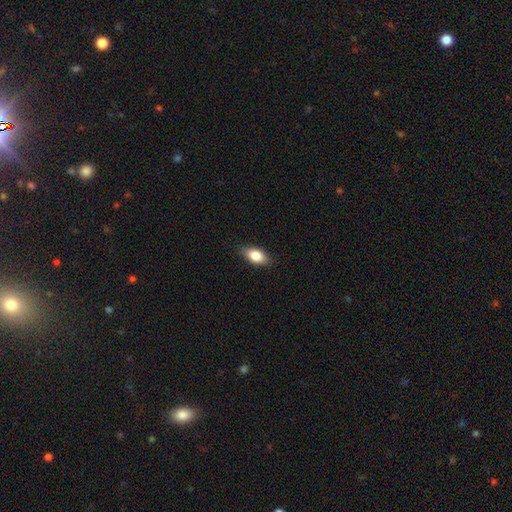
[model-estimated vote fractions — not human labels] Smooth or featured: smooth — 82% (featured or disk — 11%)
How rounded: in between — 89% (cigar-shaped — 6%)
Merging: none — 86% (minor disturbance — 11%)